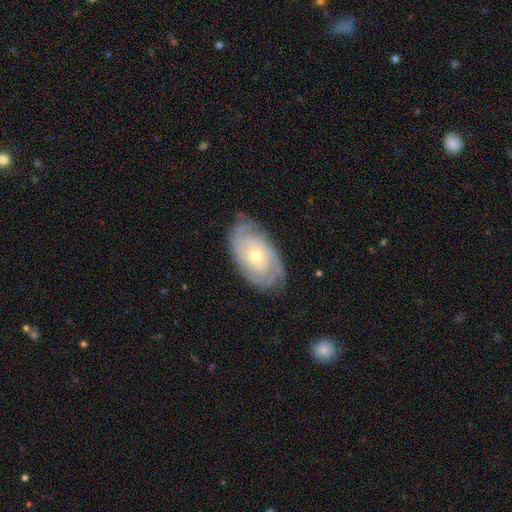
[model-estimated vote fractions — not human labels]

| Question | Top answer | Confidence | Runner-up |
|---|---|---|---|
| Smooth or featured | featured or disk | 80% | smooth (14%) |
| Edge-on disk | no | 95% | yes (5%) |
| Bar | no | 80% | weak (16%) |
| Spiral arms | yes | 93% | no (7%) |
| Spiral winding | tight | 71% | medium (23%) |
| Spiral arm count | can't tell | 40% | 2 (23%) |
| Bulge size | small | 59% | moderate (38%) |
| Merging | none | 77% | minor disturbance (17%) |